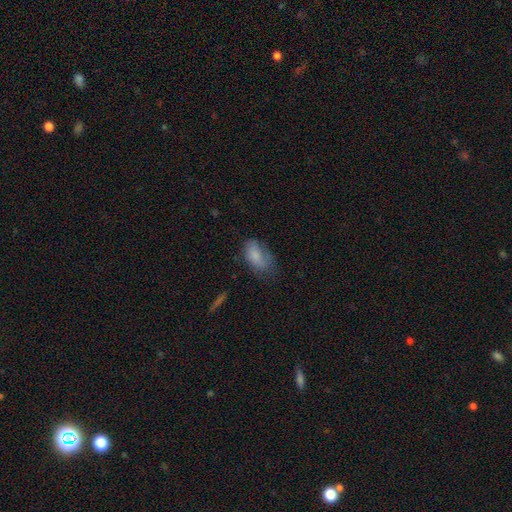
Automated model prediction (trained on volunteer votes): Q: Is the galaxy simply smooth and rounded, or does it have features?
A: smooth — 79%.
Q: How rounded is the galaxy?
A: in between — 92%.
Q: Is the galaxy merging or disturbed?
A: none — 45%.